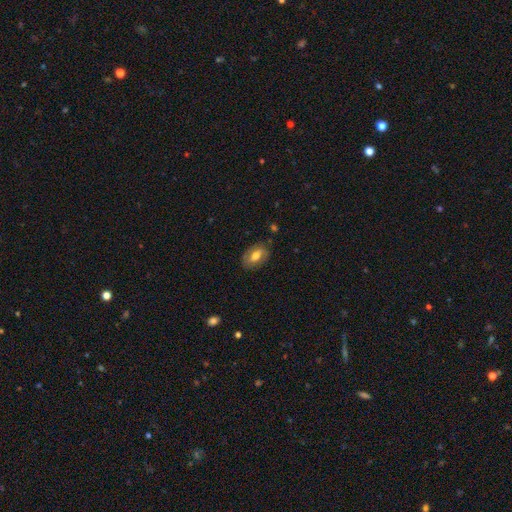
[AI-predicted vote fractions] A smooth galaxy with no disk features (56%) that is in between round and cigar-shaped (88%). Merging: none (78%).